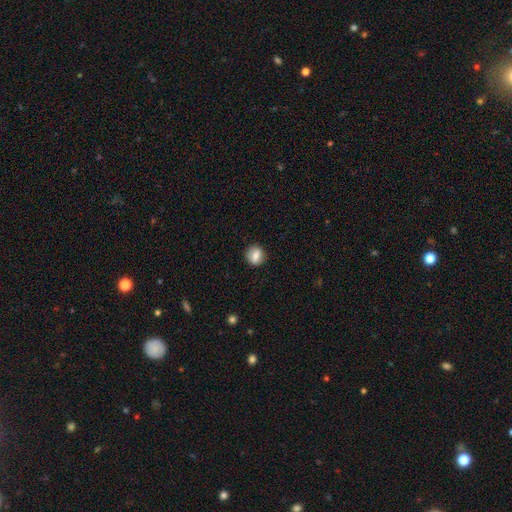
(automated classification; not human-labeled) smooth_or_featured: smooth (p=0.71) [alt: featured or disk p=0.20]
how_rounded: round (p=0.76) [alt: in between p=0.23]
merging: none (p=0.86) [alt: minor disturbance p=0.10]